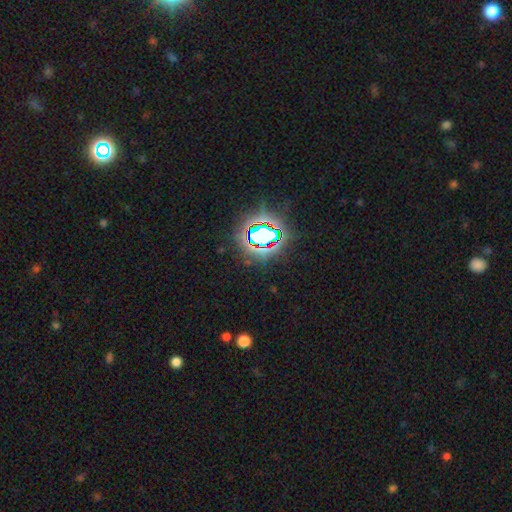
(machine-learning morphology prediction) Smooth or featured? star or artifact (81%)